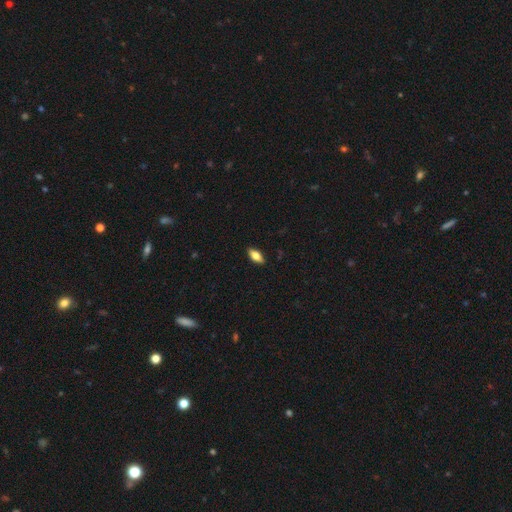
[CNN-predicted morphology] Smooth or featured?
  - smooth: 72% *
  - featured or disk: 21%
  - star or artifact: 7%
How rounded?
  - in between: 84% *
  - cigar-shaped: 13%
  - round: 3%
Merging?
  - none: 88% *
  - minor disturbance: 9%
  - major disturbance: 2%
  - merger: 1%